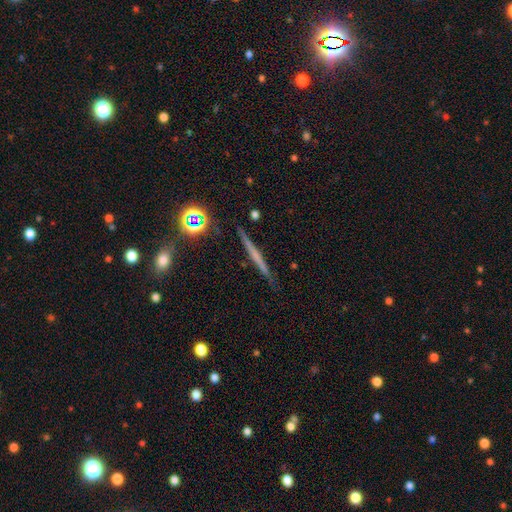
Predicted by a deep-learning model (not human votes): A featured or disk galaxy (53%) viewed edge-on (96%) with no central bulge (76%). Merging: none (88%).